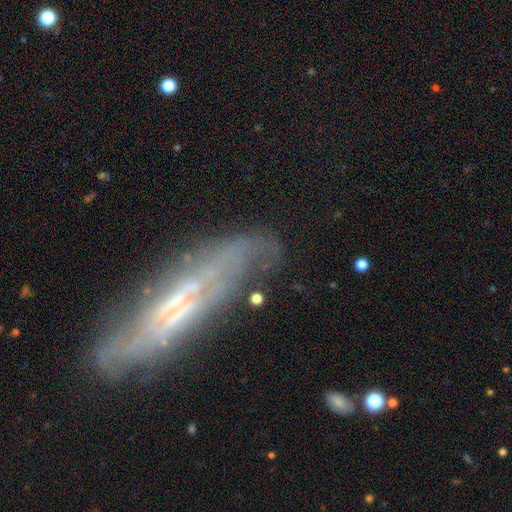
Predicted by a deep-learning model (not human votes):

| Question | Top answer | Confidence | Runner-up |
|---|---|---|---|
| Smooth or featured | featured or disk | 68% | smooth (22%) |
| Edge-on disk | yes | 52% | no (48%) |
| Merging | none | 71% | minor disturbance (19%) |